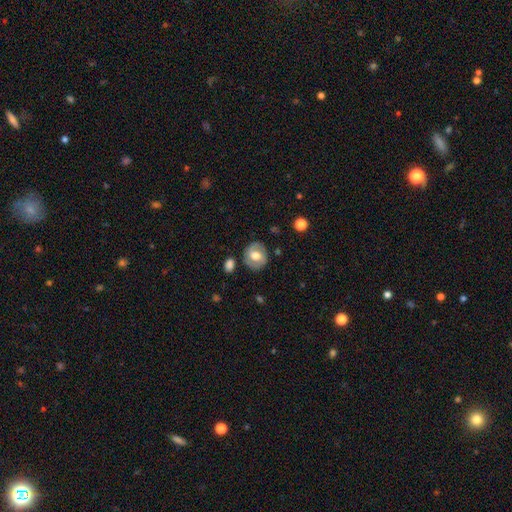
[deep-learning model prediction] A smooth galaxy with no disk features (50%).

Vote fractions:
- Smooth or featured? smooth: 50% / featured or disk: 43% / star or artifact: 7%
- Merging? none: 80% / minor disturbance: 13% / major disturbance: 4% / merger: 3%